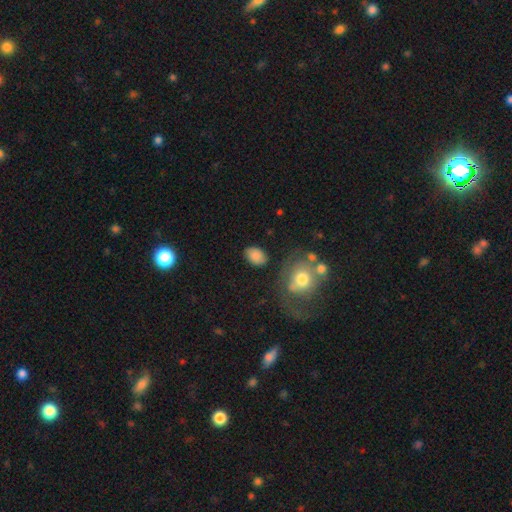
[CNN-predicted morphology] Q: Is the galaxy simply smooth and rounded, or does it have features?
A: smooth — 85%.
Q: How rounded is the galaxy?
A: in between — 78%.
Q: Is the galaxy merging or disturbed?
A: none — 80%.